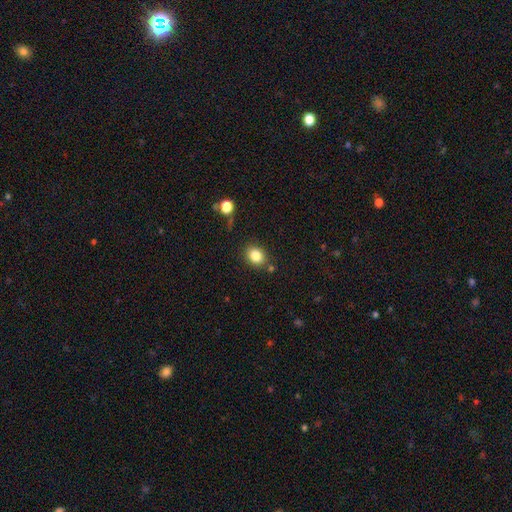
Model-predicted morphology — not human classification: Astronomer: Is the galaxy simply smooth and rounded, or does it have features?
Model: smooth — 84%.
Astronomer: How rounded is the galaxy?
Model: round — 52% (runner-up: in between, 47%).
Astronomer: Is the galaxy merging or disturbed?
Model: none — 79%.